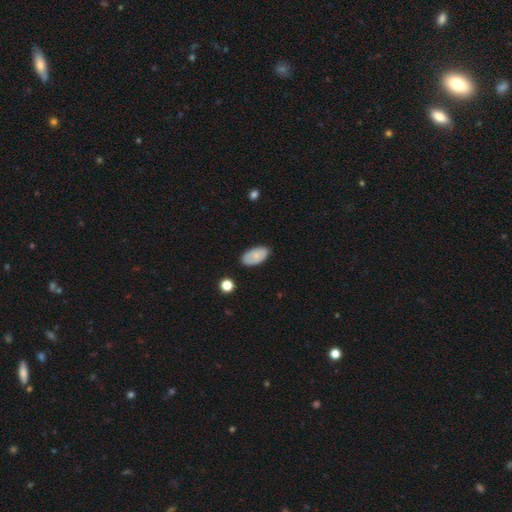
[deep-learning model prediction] The model was most divided on "smooth or featured": smooth: 77%, featured or disk: 16%, star or artifact: 7%. More confident: how rounded — in between (94%); merging — none (81%).